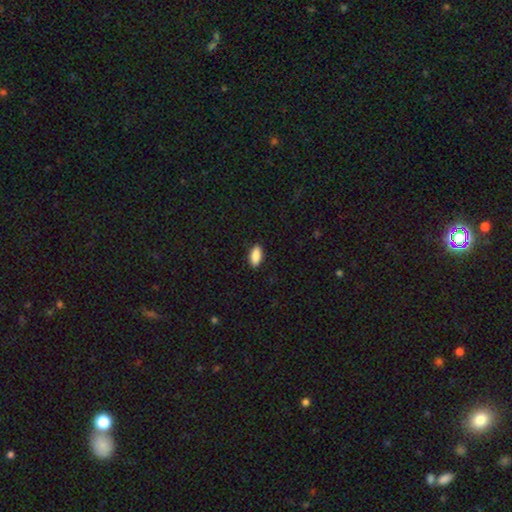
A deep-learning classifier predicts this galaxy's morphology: Smooth or featured: smooth — 88% (star or artifact — 7%)
How rounded: in between — 86% (cigar-shaped — 12%)
Merging: none — 89% (minor disturbance — 8%)